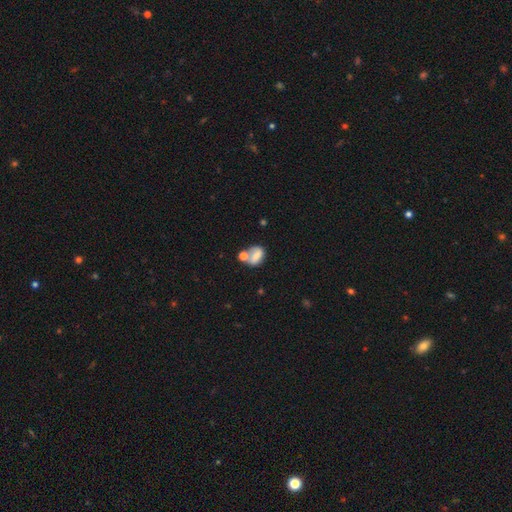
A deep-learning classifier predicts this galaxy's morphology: Smooth or featured? smooth (66%)
How rounded? in between (67%)
Merging? merger (36%, tied with none)